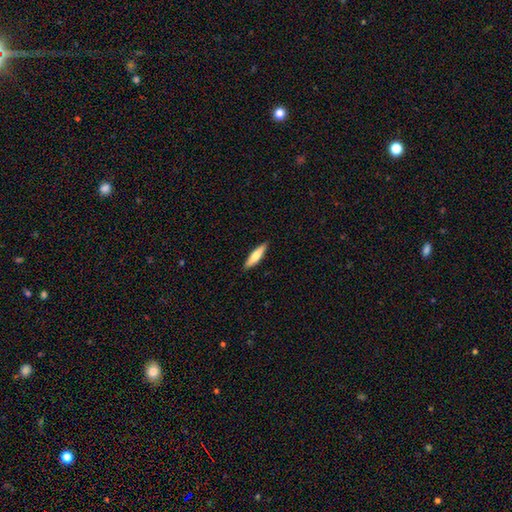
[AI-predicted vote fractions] A smooth galaxy with no disk features (69%) that is cigar-shaped (73%). Merging: none (90%).